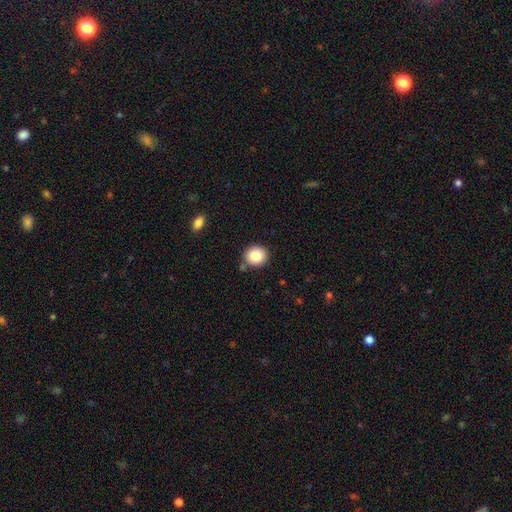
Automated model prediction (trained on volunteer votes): Smooth or featured? Predicted: smooth (p=0.83). How rounded? Predicted: round (p=0.86). Merging? Predicted: none (p=0.82).